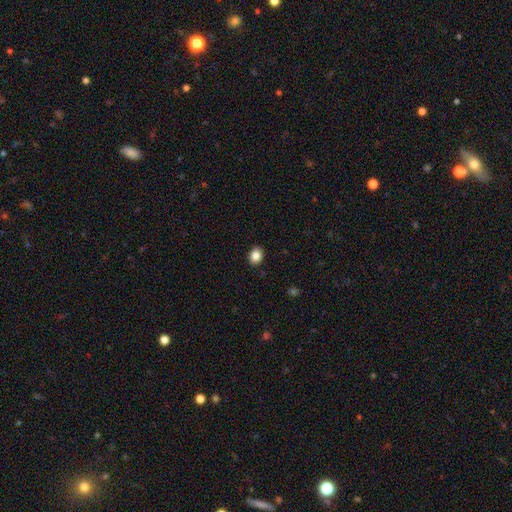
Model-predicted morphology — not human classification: Smooth or featured: smooth — 86% (star or artifact — 9%)
How rounded: in between — 56% (round — 44%)
Merging: none — 90% (minor disturbance — 7%)